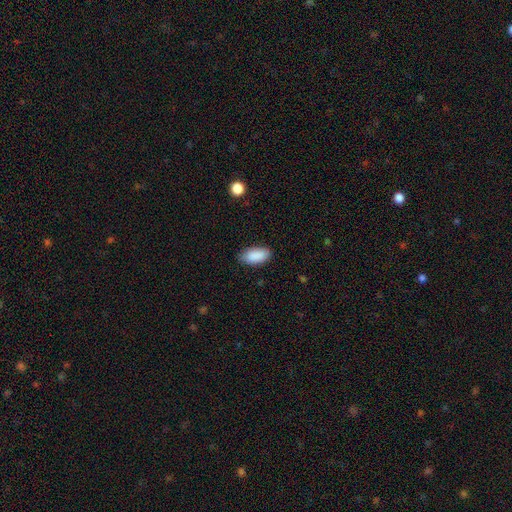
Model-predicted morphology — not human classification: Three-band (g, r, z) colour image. It shows a smooth galaxy with no disk features (90%) that is in between round and cigar-shaped (92%). Merging: none (84%).